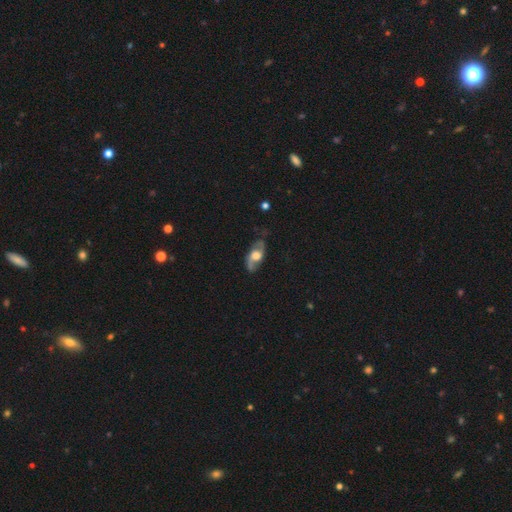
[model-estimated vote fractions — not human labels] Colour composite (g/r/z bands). It shows a featured or disk galaxy (70%) with no bar (65%), spiral arms (83%) and a large central bulge (52%). Merging: none (70%).